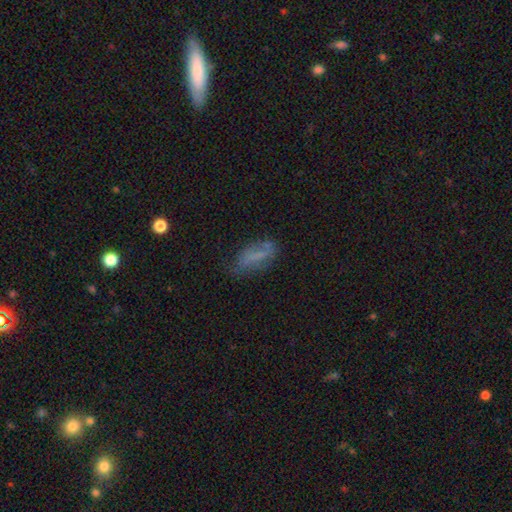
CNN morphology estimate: A smooth galaxy with no disk features (56%) that is in between round and cigar-shaped (68%).

Vote fractions:
- Smooth or featured? smooth: 56% / featured or disk: 31% / star or artifact: 13%
- How rounded? in between: 68% / cigar-shaped: 28% / round: 3%
- Merging? none: 53% / minor disturbance: 29% / major disturbance: 15% / merger: 4%